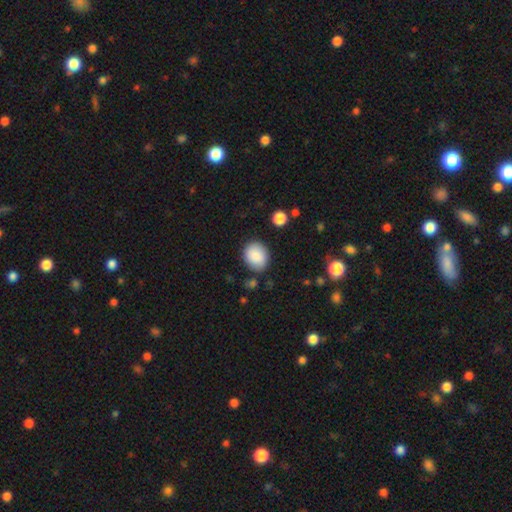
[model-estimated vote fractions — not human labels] Smooth or featured? Predicted: smooth (p=0.88). How rounded? Predicted: round (p=0.62). Merging? Predicted: none (p=0.81).